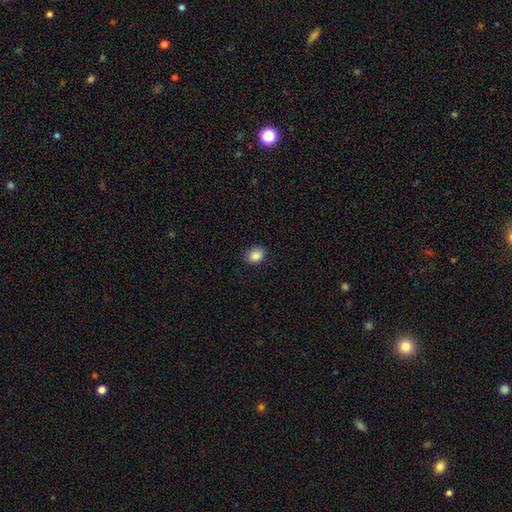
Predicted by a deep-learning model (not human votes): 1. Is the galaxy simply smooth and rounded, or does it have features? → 87% smooth, 9% star or artifact, 4% featured or disk.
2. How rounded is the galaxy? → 53% in between, 46% round, 1% cigar-shaped.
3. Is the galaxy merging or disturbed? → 84% none, 12% minor disturbance, 2% major disturbance, 1% merger.